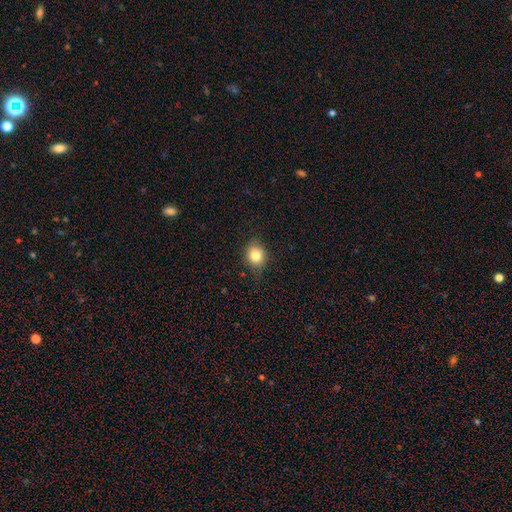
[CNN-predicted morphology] Smooth or featured: smooth — 80% (star or artifact — 11%)
How rounded: round — 70% (in between — 29%)
Merging: none — 77% (minor disturbance — 18%)